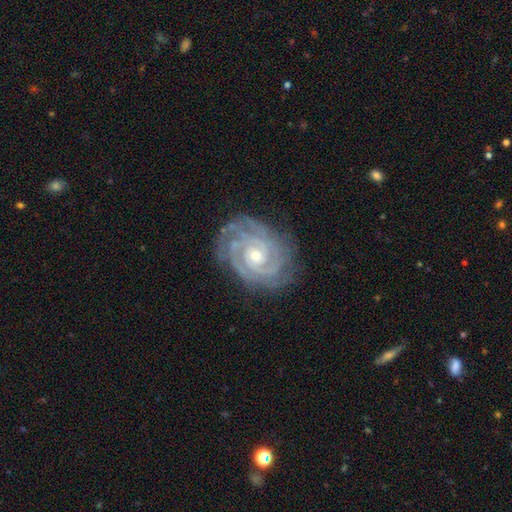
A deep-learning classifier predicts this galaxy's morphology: Smooth or featured? featured or disk (89%)
Edge-on disk? no (97%)
Bar? no (69%)
Spiral arms? yes (98%)
Spiral winding? tight (82%)
Spiral arm count? 3 (26%)
Bulge size? moderate (51%)
Merging? none (81%)